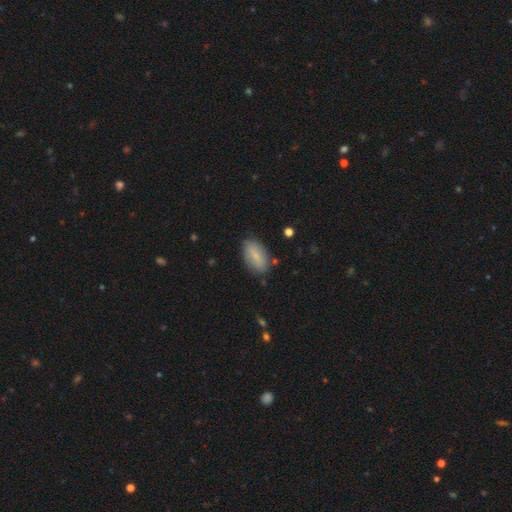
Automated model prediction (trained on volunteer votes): A smooth galaxy with no disk features (75%) that is in between round and cigar-shaped (91%). Merging: none (80%).